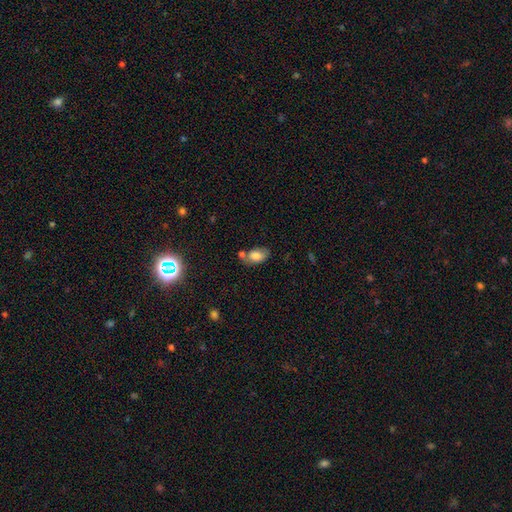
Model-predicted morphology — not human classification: smooth 78%, featured or disk 13%, star or artifact 9%. Down the decision tree: how rounded — in between (91%); merging — none (51%).